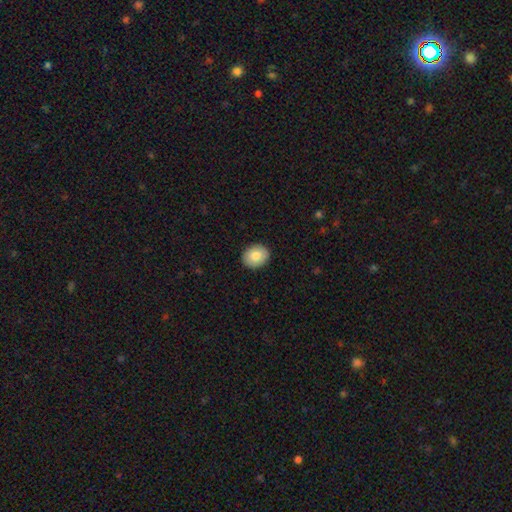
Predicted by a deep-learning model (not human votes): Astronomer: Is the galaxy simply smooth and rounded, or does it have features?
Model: smooth — 83%.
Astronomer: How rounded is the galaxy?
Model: round — 54% (runner-up: in between, 45%).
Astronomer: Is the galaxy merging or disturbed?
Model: none — 91%.